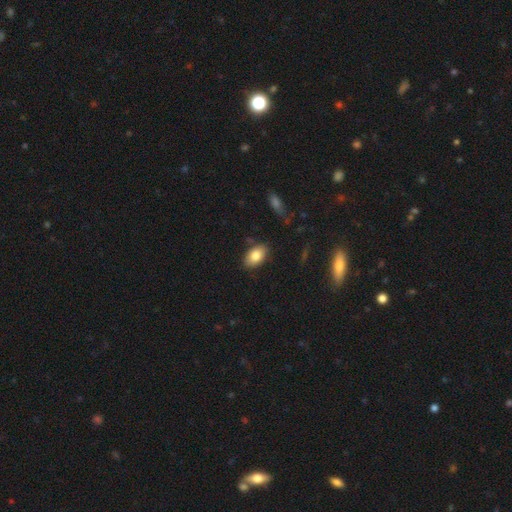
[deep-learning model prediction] smooth-or-featured: smooth: 81% | featured or disk: 11% | star or artifact: 8%
  how-rounded: in between: 91% | round: 7% | cigar-shaped: 2%
  merging: none: 84% | minor disturbance: 12% | major disturbance: 2% | merger: 2%